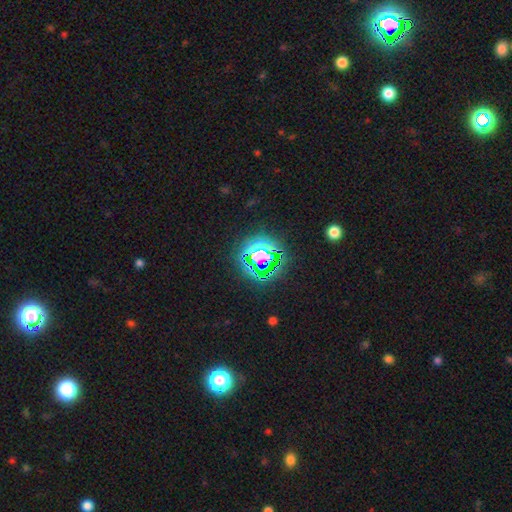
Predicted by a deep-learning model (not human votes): A star or artifact, not a galaxy (77%).

Vote fractions:
- Smooth or featured? star or artifact: 77% / smooth: 14% / featured or disk: 10%